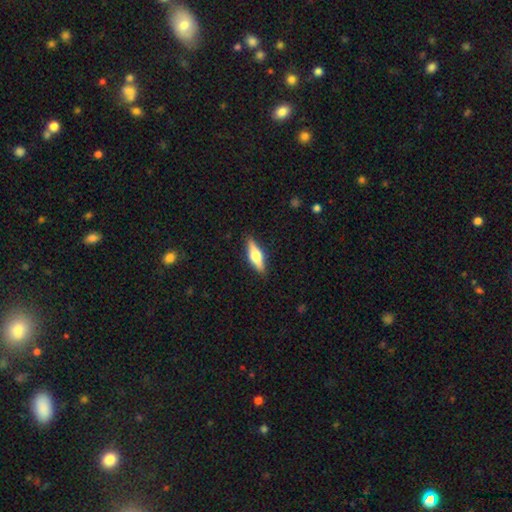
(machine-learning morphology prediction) Smooth or featured? Predicted: featured or disk (p=0.51). Edge-on disk? Predicted: yes (p=0.95). Merging? Predicted: none (p=0.89).